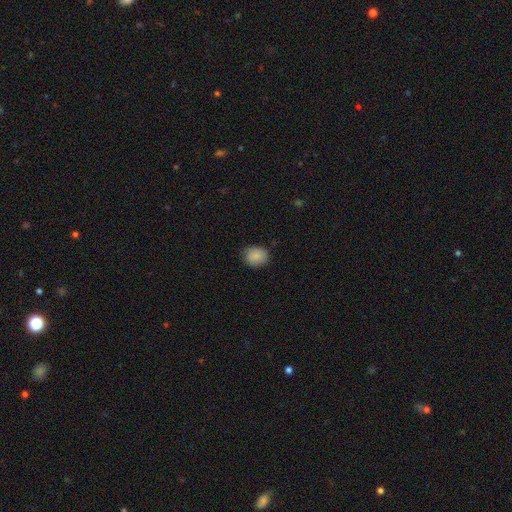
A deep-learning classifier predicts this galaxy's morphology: Q: Smooth or featured?
A: smooth (87%); runner-up: star or artifact (8%)
Q: How rounded?
A: round (61%); runner-up: in between (38%)
Q: Merging?
A: none (83%); runner-up: minor disturbance (14%)